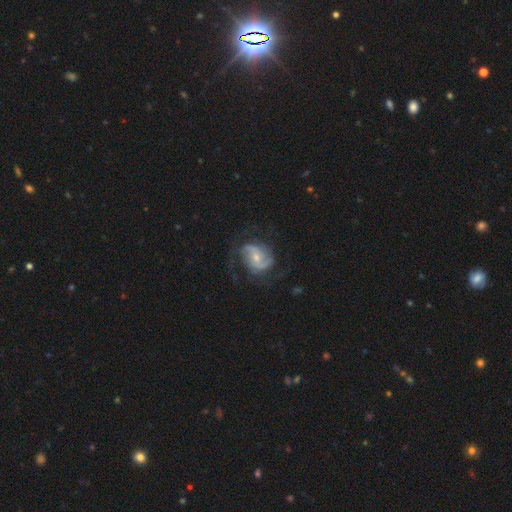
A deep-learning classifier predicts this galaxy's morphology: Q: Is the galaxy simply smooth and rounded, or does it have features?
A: featured or disk — 81%.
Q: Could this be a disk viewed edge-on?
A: no — 98%.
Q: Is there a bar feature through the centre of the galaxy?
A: no — 43%.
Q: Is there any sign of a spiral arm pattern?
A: yes — 94%.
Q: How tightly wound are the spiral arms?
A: medium — 45%.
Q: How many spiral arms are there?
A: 2 — 71%.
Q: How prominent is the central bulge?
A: small — 53%.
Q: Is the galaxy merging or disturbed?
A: none — 64%.